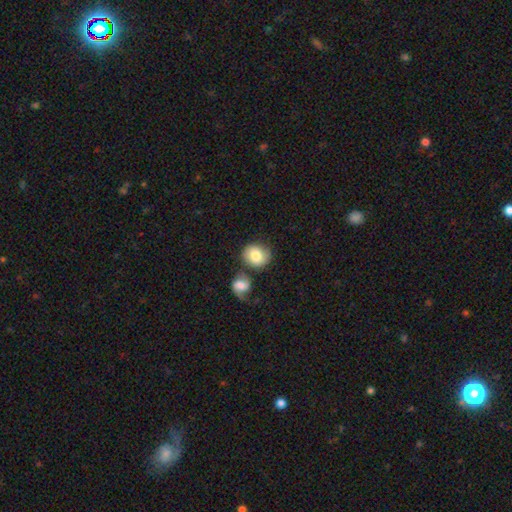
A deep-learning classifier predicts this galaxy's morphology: Q: Smooth or featured?
A: smooth (68%); runner-up: featured or disk (24%)
Q: How rounded?
A: round (76%); runner-up: in between (23%)
Q: Merging?
A: none (52%); runner-up: merger (25%)